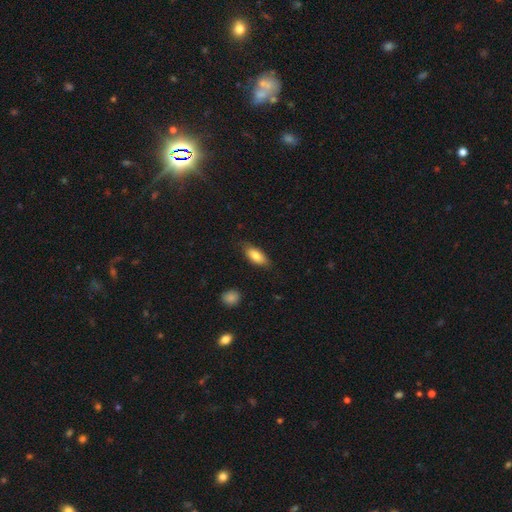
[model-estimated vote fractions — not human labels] The model was most divided on "merging": none: 77%, minor disturbance: 18%, major disturbance: 4%, merger: 1%. More confident: how rounded — in between (84%); smooth or featured — smooth (79%).